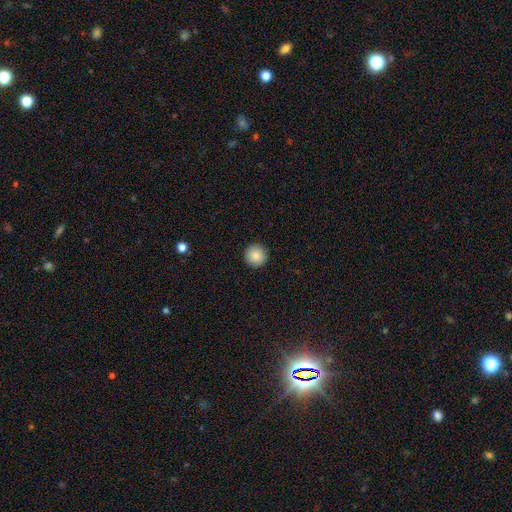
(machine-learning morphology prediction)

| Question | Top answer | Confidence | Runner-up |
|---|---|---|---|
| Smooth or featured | smooth | 87% | star or artifact (8%) |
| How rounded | round | 96% | in between (3%) |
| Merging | none | 93% | minor disturbance (5%) |